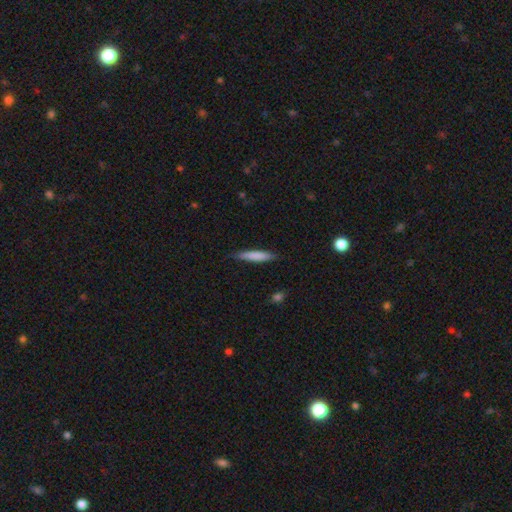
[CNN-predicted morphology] type=smooth (76%); roundness=cigar-shaped (89%); merging=none (83%).